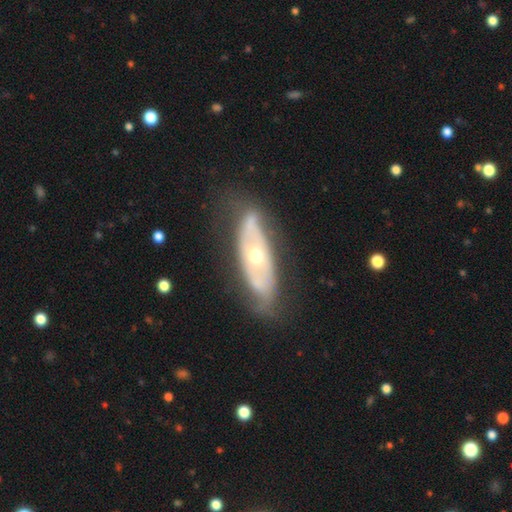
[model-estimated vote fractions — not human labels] A featured or disk galaxy (70%) with no bar (85%), no spiral arms (62%) and a moderate central bulge (62%). Merging: none (72%).